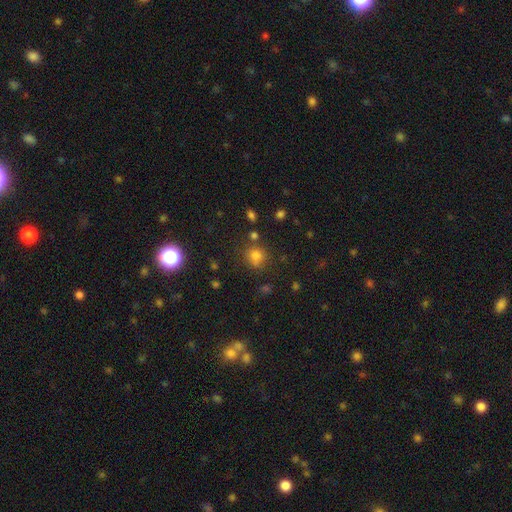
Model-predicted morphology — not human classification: smooth-or-featured: smooth: 76% | star or artifact: 18% | featured or disk: 7%
  how-rounded: round: 84% | in between: 15% | cigar-shaped: 1%
  merging: none: 71% | minor disturbance: 14% | merger: 10% | major disturbance: 5%